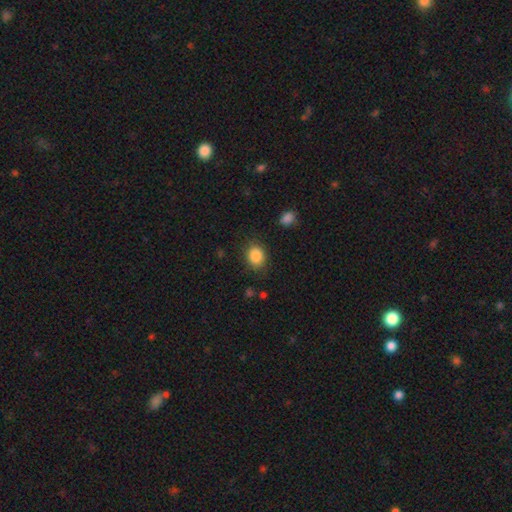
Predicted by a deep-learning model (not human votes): Smooth or featured? Predicted: smooth (p=0.86). How rounded? Predicted: round (p=0.54). Merging? Predicted: none (p=0.81).